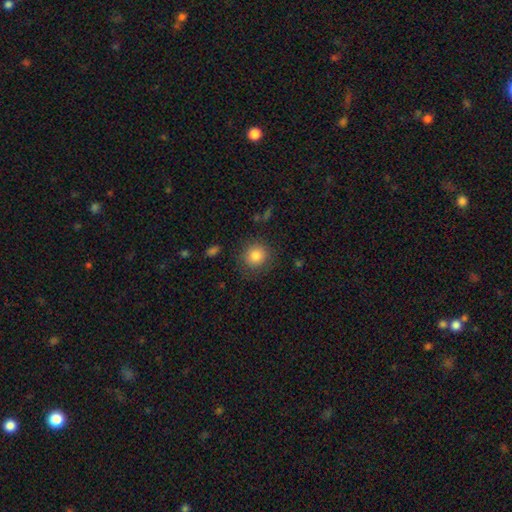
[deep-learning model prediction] Morphology: type=smooth (85%); roundness=round (88%); merging=none (83%).